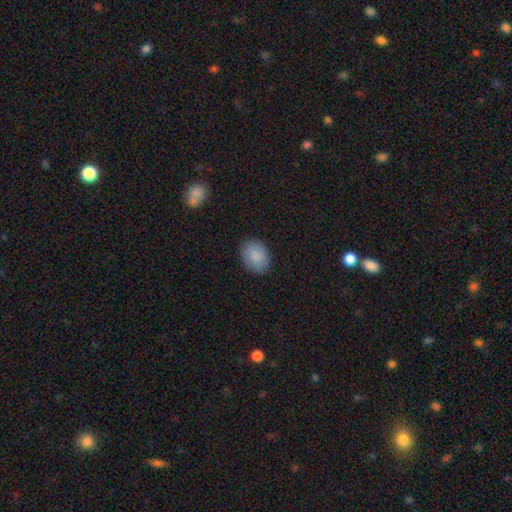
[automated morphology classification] Smooth or featured?
  - smooth: 88% *
  - star or artifact: 7%
  - featured or disk: 6%
How rounded?
  - in between: 66% *
  - round: 33%
  - cigar-shaped: 1%
Merging?
  - none: 87% *
  - minor disturbance: 10%
  - major disturbance: 2%
  - merger: 1%